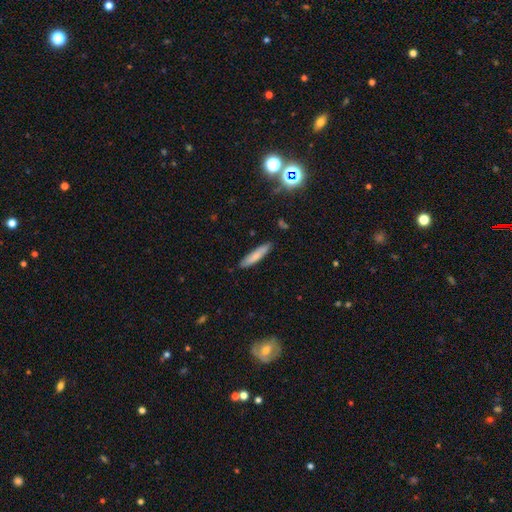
This is likely a smooth galaxy (74%). How rounded: clearly cigar-shaped (93%). Merging: clearly none (81%).